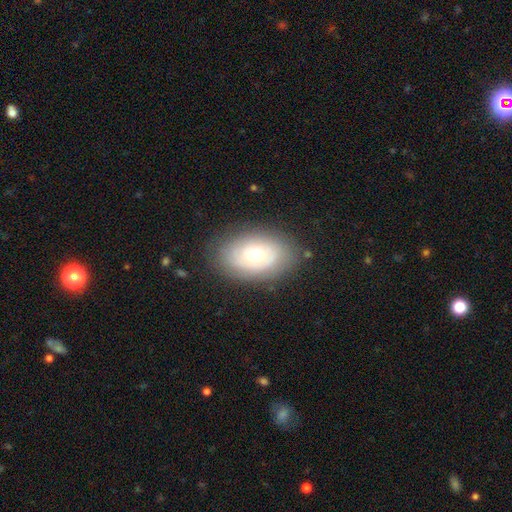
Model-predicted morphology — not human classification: smooth-or-featured: smooth: 48% | featured or disk: 44% | star or artifact: 8%
  merging: none: 80% | minor disturbance: 14% | major disturbance: 5% | merger: 1%